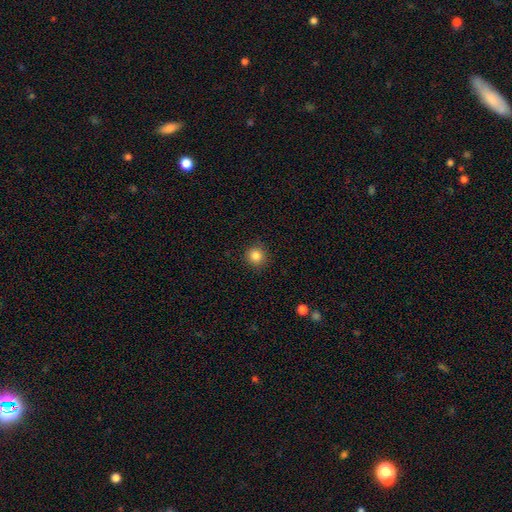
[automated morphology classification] A smooth galaxy with no disk features (85%) that is round (92%). Merging: none (90%).